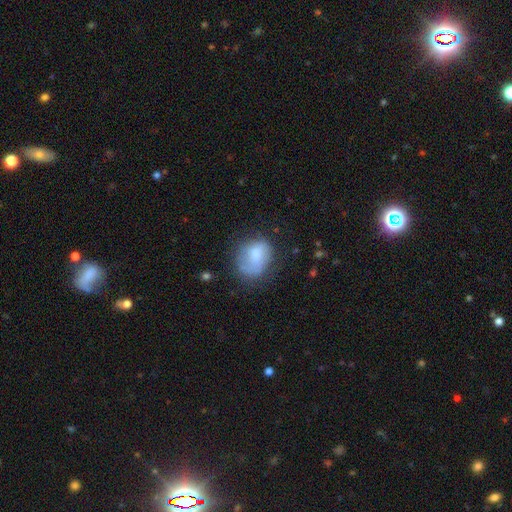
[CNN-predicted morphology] A smooth galaxy with no disk features (66%) that is in between round and cigar-shaped (55%). Merging: none (47%).